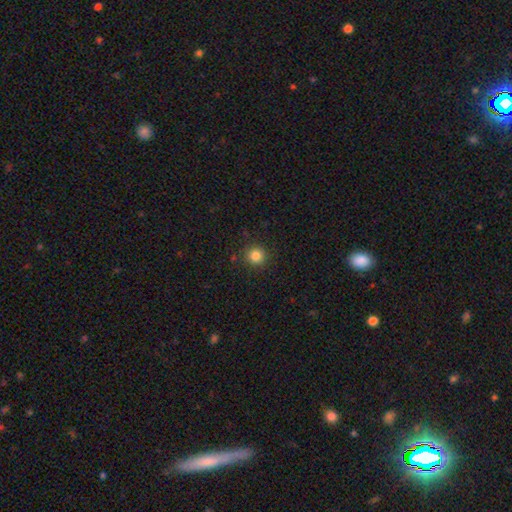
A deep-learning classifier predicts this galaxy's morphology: Smooth or featured: smooth — 83% (star or artifact — 12%)
How rounded: round — 94% (in between — 5%)
Merging: none — 91% (minor disturbance — 6%)